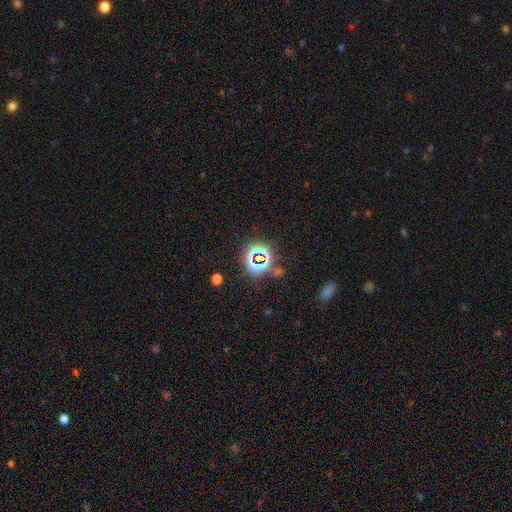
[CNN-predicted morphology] This is likely a star or artifact rather than a galaxy (75%).